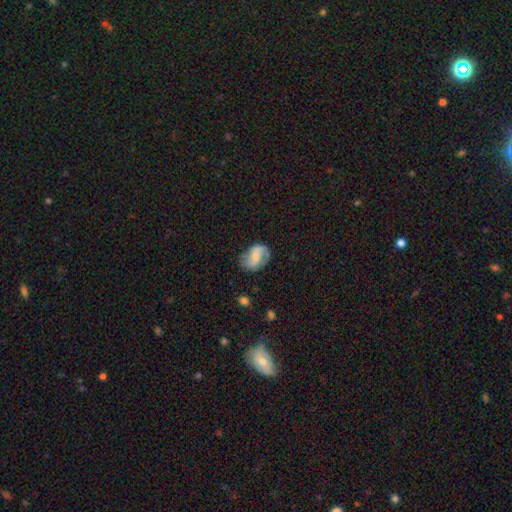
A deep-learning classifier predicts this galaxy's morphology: Overall: featured or disk (59%; smooth 34%). Edge-on disk: no (97%). Bar: no (41%; weak 40%). Spiral arms: yes (83%). Bulge size: small (52%; moderate 39%). Merging: none (66%).